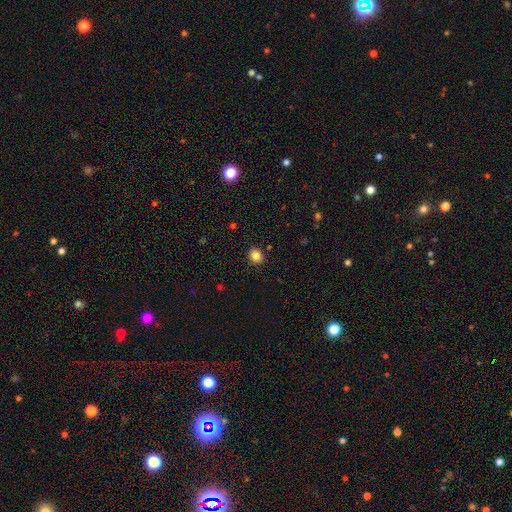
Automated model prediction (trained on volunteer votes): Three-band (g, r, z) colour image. It shows a smooth galaxy with no disk features (83%) that is round (64%). Merging: none (89%).